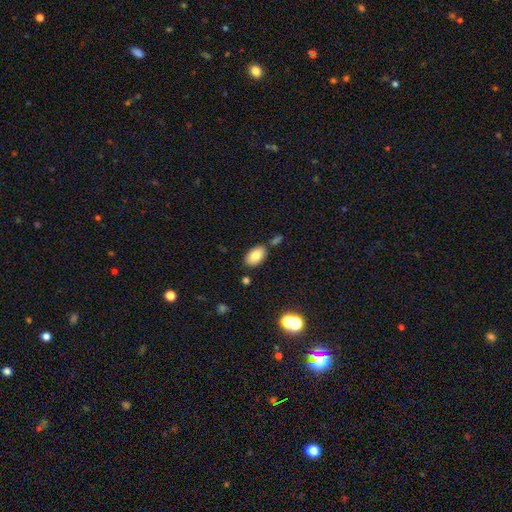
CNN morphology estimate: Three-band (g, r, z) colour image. It shows a smooth galaxy with no disk features (80%) that is in between round and cigar-shaped (92%). Merging: none (75%).